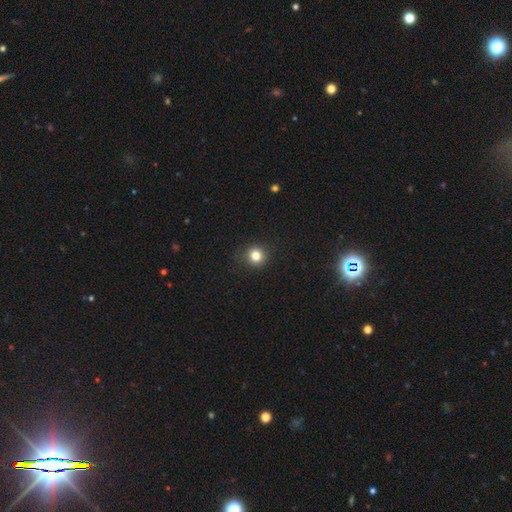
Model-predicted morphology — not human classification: Overall: smooth (82%). How rounded: round (92%). Merging: none (90%).